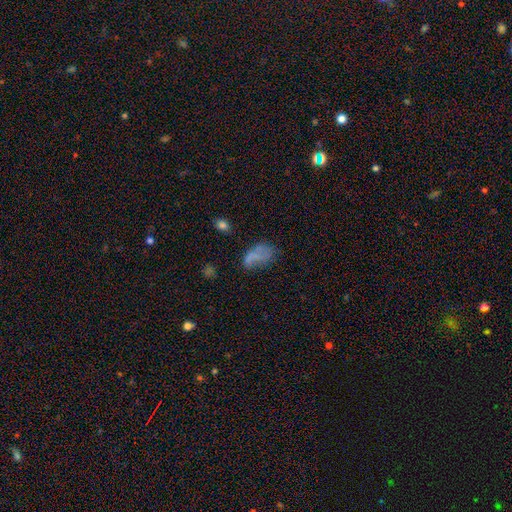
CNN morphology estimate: smooth_or_featured: smooth (p=0.56) [alt: featured or disk p=0.28]
how_rounded: in between (p=0.90) [alt: round p=0.08]
merging: none (p=0.38) [alt: major disturbance p=0.28]